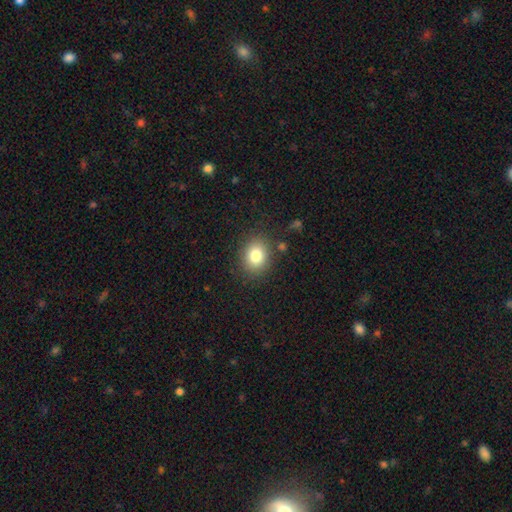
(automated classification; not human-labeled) smooth 80%, star or artifact 11%, featured or disk 9%. Down the decision tree: how rounded — round (60%); merging — none (85%).